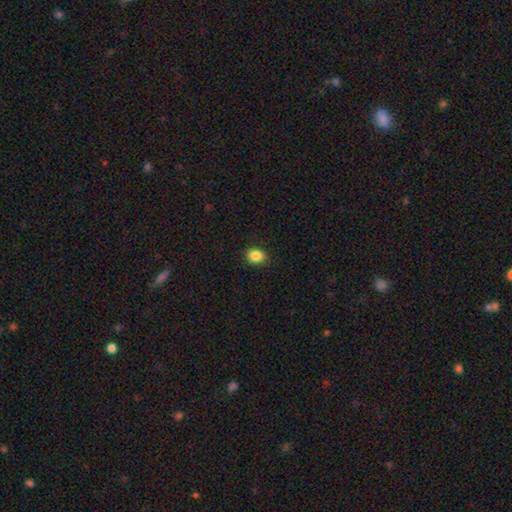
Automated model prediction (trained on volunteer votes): Q: Smooth or featured?
A: smooth (86%); runner-up: star or artifact (10%)
Q: How rounded?
A: round (52%); runner-up: in between (47%)
Q: Merging?
A: none (90%); runner-up: minor disturbance (8%)